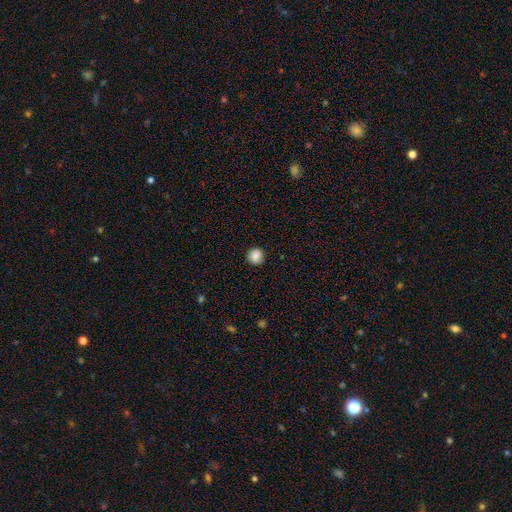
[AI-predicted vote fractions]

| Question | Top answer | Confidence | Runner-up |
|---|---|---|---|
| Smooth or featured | smooth | 85% | star or artifact (9%) |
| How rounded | round | 92% | in between (7%) |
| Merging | none | 89% | minor disturbance (8%) |